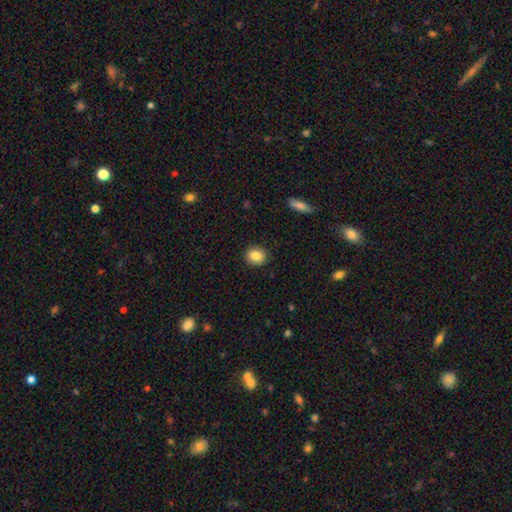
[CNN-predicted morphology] Smooth or featured?
  - smooth: 85% *
  - star or artifact: 9%
  - featured or disk: 6%
How rounded?
  - round: 68% *
  - in between: 31%
  - cigar-shaped: 1%
Merging?
  - none: 90% *
  - minor disturbance: 7%
  - major disturbance: 2%
  - merger: 1%